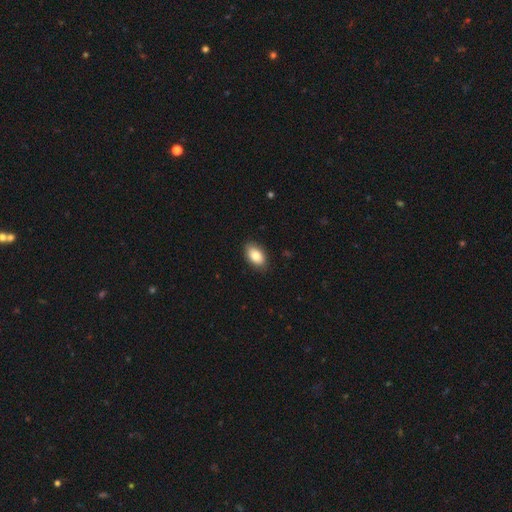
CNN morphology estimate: Smooth or featured? Predicted: smooth (p=0.82). How rounded? Predicted: in between (p=0.91). Merging? Predicted: none (p=0.86).